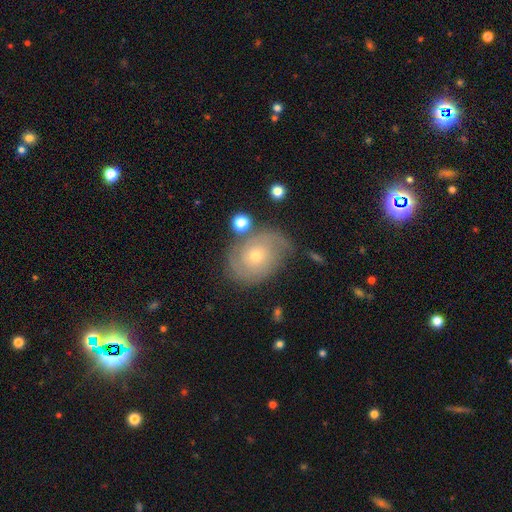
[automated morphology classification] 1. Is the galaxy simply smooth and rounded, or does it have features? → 74% featured or disk, 18% smooth, 8% star or artifact.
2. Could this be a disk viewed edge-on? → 97% no, 3% yes.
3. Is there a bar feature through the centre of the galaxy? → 81% no, 16% weak, 3% strong.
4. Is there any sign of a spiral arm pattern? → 89% yes, 11% no.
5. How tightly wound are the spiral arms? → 62% tight, 29% medium, 10% loose.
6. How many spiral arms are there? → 53% 2, 26% can't tell, 10% 3, 4% 1, 4% 4, 3% more than 4.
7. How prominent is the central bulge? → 61% small, 36% moderate, 1% large, 1% none, 1% dominant.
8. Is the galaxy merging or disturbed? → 70% none, 18% minor disturbance, 7% major disturbance, 5% merger.